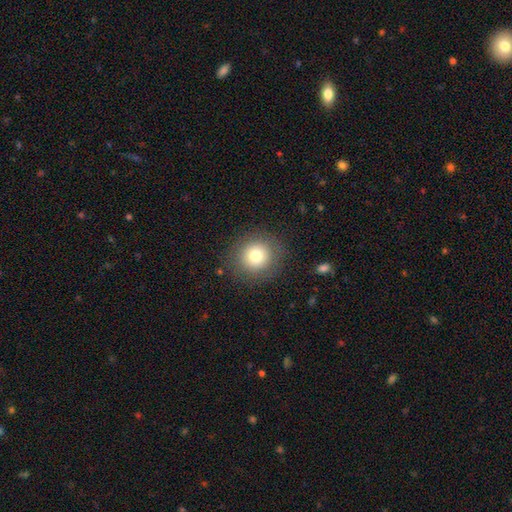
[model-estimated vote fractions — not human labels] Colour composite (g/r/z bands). It shows a smooth galaxy with no disk features (78%) that is round (92%). Merging: none (87%).